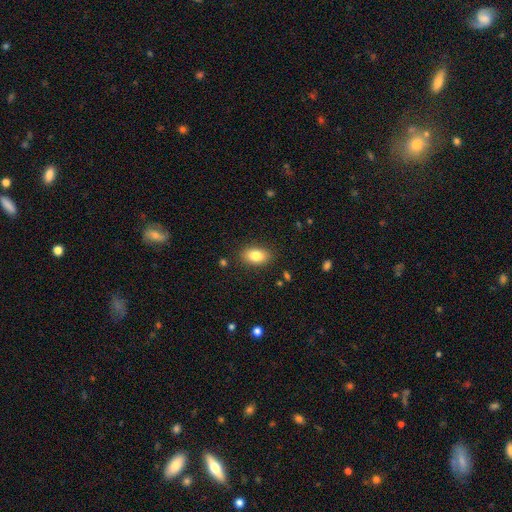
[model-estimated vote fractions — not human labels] A smooth galaxy with no disk features (83%) that is in between round and cigar-shaped (89%).

Vote fractions:
- Smooth or featured? smooth: 83% / featured or disk: 9% / star or artifact: 8%
- How rounded? in between: 89% / round: 9% / cigar-shaped: 2%
- Merging? none: 87% / minor disturbance: 10% / major disturbance: 3% / merger: 1%